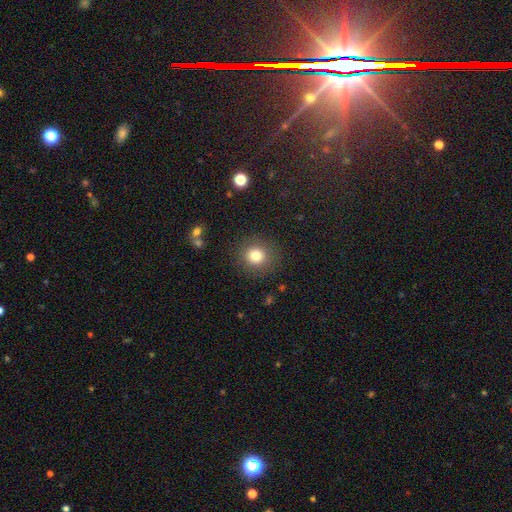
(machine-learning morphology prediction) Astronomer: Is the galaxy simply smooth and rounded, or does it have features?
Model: smooth — 80%.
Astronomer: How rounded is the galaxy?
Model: round — 91%.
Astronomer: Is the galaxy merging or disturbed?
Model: none — 88%.